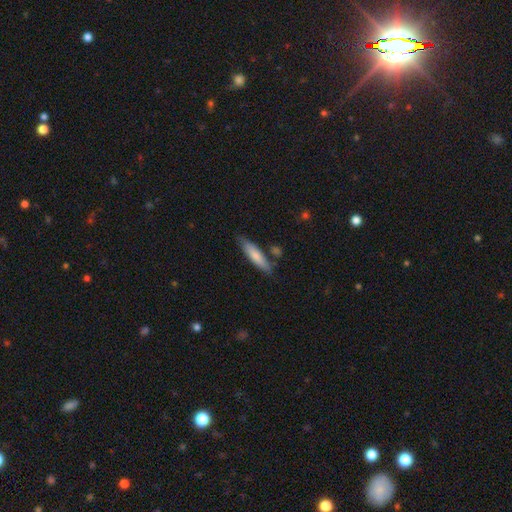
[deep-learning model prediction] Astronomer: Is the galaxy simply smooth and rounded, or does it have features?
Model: smooth — 75%.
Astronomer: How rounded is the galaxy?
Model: cigar-shaped — 75%.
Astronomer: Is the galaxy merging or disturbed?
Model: none — 76%.